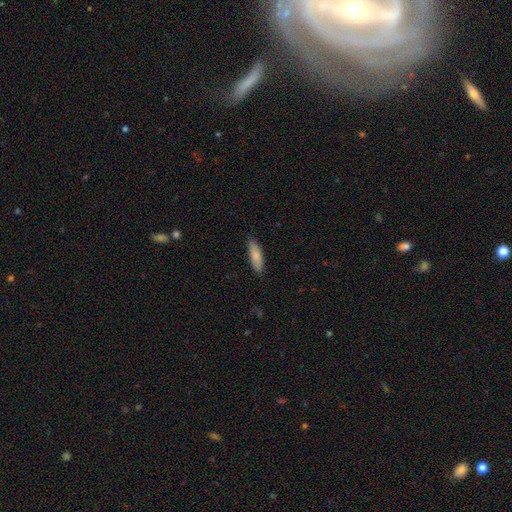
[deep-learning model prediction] Q: Smooth or featured?
A: smooth (83%); runner-up: featured or disk (12%)
Q: How rounded?
A: in between (50%); runner-up: cigar-shaped (48%)
Q: Merging?
A: none (87%); runner-up: minor disturbance (10%)